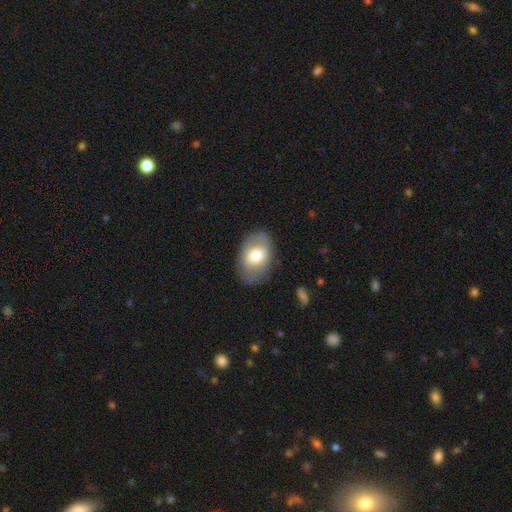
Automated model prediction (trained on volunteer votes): A smooth galaxy with no disk features (61%) that is in between round and cigar-shaped (85%).

Vote fractions:
- Smooth or featured? smooth: 61% / featured or disk: 32% / star or artifact: 7%
- How rounded? in between: 85% / round: 14% / cigar-shaped: 1%
- Merging? none: 78% / minor disturbance: 15% / major disturbance: 6% / merger: 1%